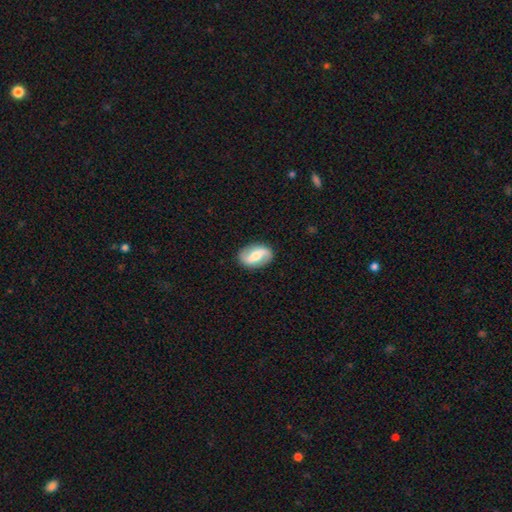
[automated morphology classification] Smooth or featured?
  - featured or disk: 71% *
  - smooth: 24%
  - star or artifact: 6%
Edge-on disk?
  - no: 95% *
  - yes: 5%
Bar?
  - strong: 49% *
  - weak: 34%
  - no: 17%
Spiral arms?
  - yes: 85% *
  - no: 15%
Spiral winding?
  - loose: 62% *
  - medium: 26%
  - tight: 12%
Spiral arm count?
  - 2: 92% *
  - can't tell: 3%
  - 1: 2%
  - 3: 1%
  - 4: 1%
  - more than 4: 1%
Bulge size?
  - moderate: 54% *
  - small: 28%
  - large: 11%
  - none: 4%
  - dominant: 2%
Merging?
  - none: 87% *
  - minor disturbance: 9%
  - major disturbance: 3%
  - merger: 1%